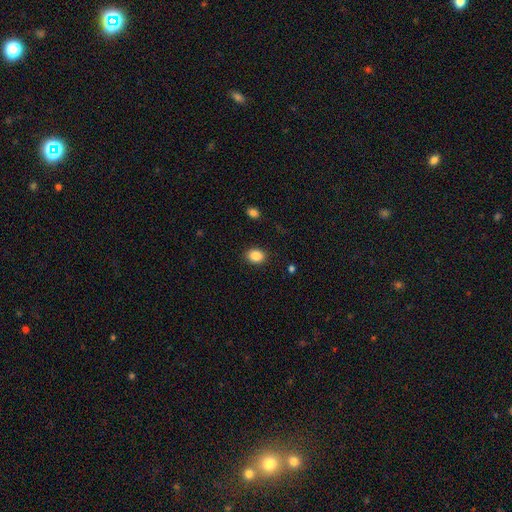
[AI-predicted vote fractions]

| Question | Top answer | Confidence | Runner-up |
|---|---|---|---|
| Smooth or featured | smooth | 87% | star or artifact (9%) |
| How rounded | in between | 58% | round (41%) |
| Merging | none | 89% | minor disturbance (7%) |